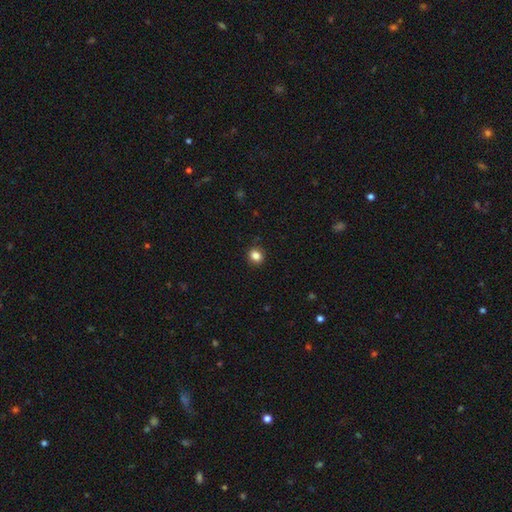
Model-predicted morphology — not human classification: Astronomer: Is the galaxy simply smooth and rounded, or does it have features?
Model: smooth — 84%.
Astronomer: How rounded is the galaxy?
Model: round — 77%.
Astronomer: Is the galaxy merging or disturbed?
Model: none — 89%.